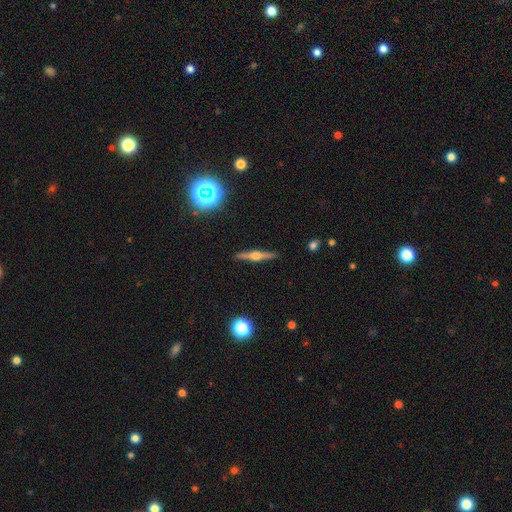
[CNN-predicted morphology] Overall: featured or disk (74%). Edge-on disk: yes (98%). Edge-on bulge: rounded (94%). Merging: none (92%).